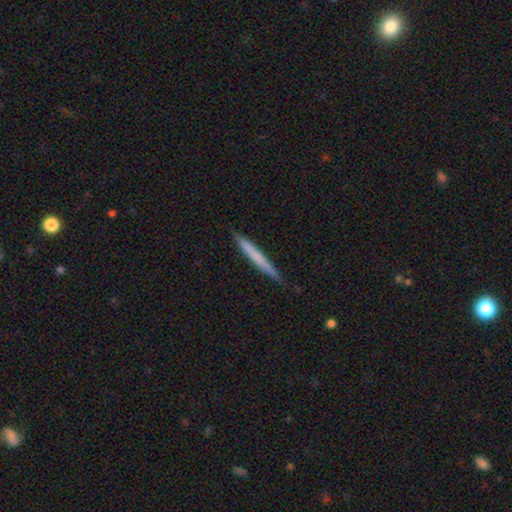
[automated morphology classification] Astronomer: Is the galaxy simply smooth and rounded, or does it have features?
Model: smooth — 61%.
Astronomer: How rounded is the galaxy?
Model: cigar-shaped — 97%.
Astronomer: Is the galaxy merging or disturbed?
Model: none — 89%.